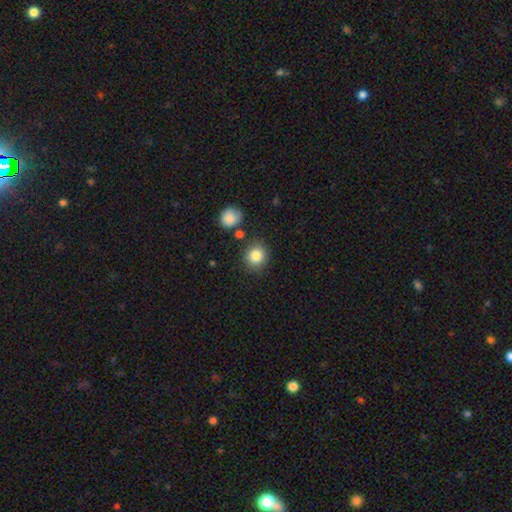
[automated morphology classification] A smooth galaxy with no disk features (84%) that is round (86%).

Vote fractions:
- Smooth or featured? smooth: 84% / star or artifact: 10% / featured or disk: 6%
- How rounded? round: 86% / in between: 14% / cigar-shaped: 1%
- Merging? none: 82% / minor disturbance: 9% / merger: 5% / major disturbance: 3%